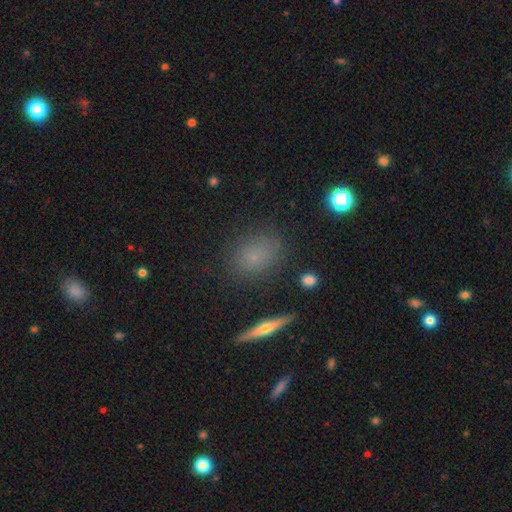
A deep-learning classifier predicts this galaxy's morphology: smooth-or-featured: smooth: 65% | star or artifact: 19% | featured or disk: 16%
  how-rounded: round: 48% | in between: 47% | cigar-shaped: 5%
  merging: none: 83% | minor disturbance: 11% | major disturbance: 3% | merger: 2%